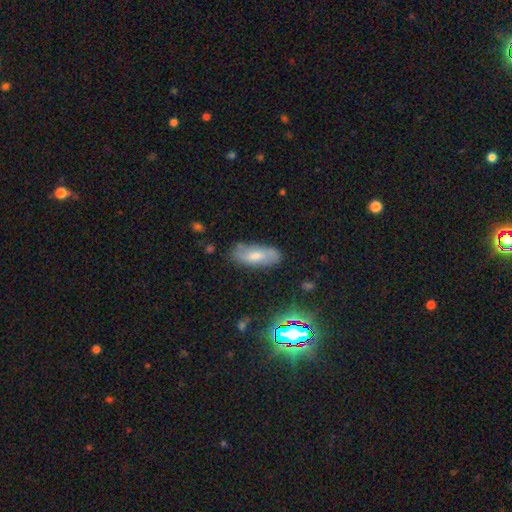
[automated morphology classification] This is possibly a smooth galaxy (53%). How rounded: likely in between (79%). Merging: likely none (76%).